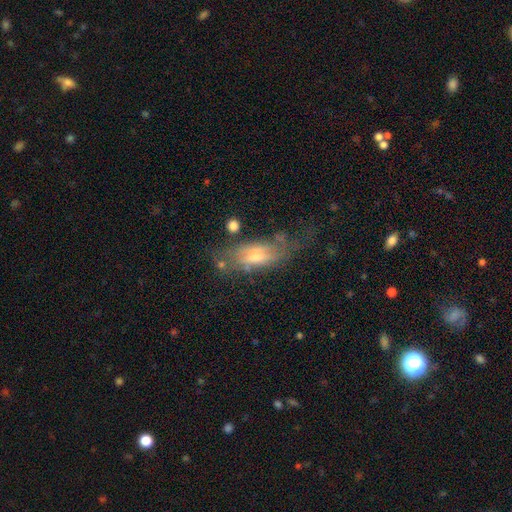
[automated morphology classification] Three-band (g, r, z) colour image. It shows a featured or disk galaxy (51%). Merging: none (41%).